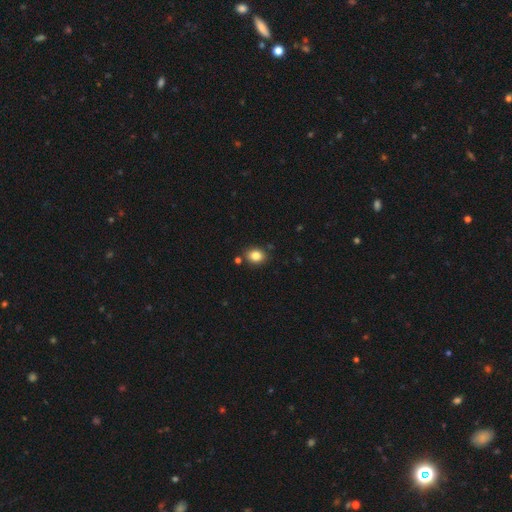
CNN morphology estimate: smooth_or_featured: smooth (p=0.84) [alt: star or artifact p=0.10]
how_rounded: in between (p=0.55) [alt: round p=0.44]
merging: none (p=0.83) [alt: minor disturbance p=0.10]